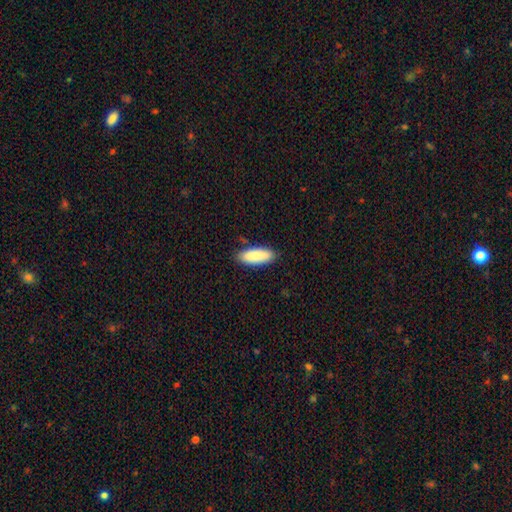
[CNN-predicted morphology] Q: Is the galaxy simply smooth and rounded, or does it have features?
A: smooth — 89%.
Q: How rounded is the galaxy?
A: in between — 68%.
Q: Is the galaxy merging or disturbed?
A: none — 85%.